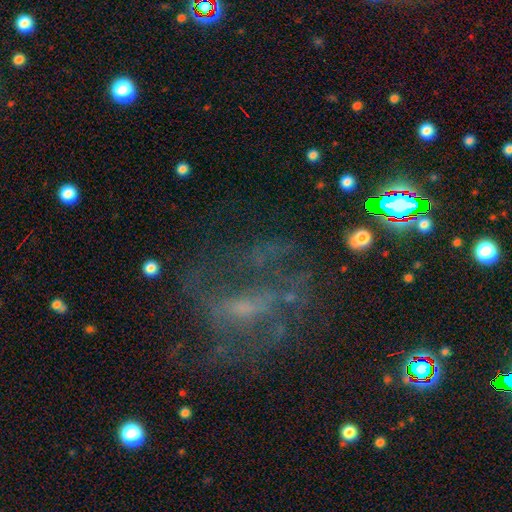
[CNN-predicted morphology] Smooth or featured? Predicted: featured or disk (p=0.59). Edge-on disk? Predicted: no (p=0.96). Bar? Predicted: no (p=0.53). Spiral arms? Predicted: yes (p=0.52). Bulge size? Predicted: small (p=0.40). Merging? Predicted: none (p=0.52).